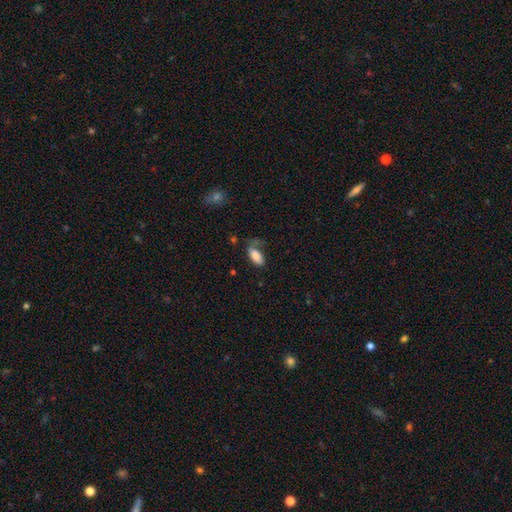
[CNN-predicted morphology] smooth-or-featured: smooth: 84% | featured or disk: 9% | star or artifact: 8%
  how-rounded: in between: 91% | cigar-shaped: 7% | round: 3%
  merging: none: 48% | minor disturbance: 28% | major disturbance: 17% | merger: 7%